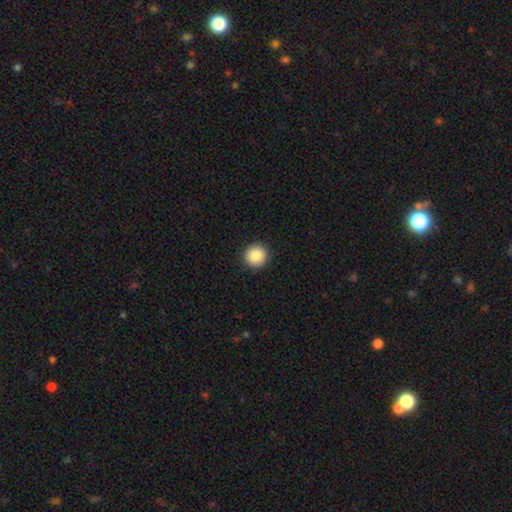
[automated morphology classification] Q: Smooth or featured?
A: smooth (88%); runner-up: star or artifact (9%)
Q: How rounded?
A: round (95%); runner-up: in between (4%)
Q: Merging?
A: none (92%); runner-up: minor disturbance (5%)